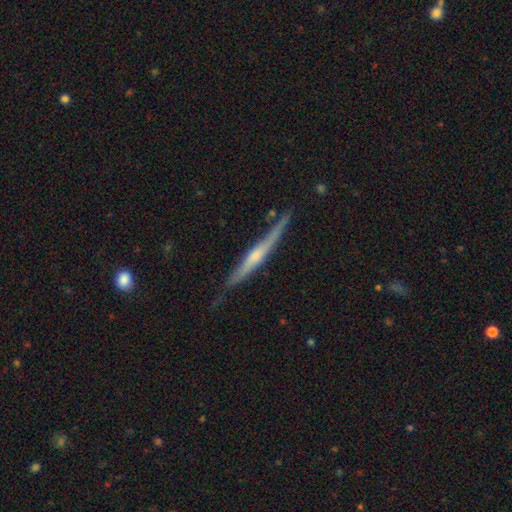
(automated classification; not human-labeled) Overall: featured or disk (73%). Edge-on disk: yes (97%). Edge-on bulge: rounded (66%). Merging: none (79%).